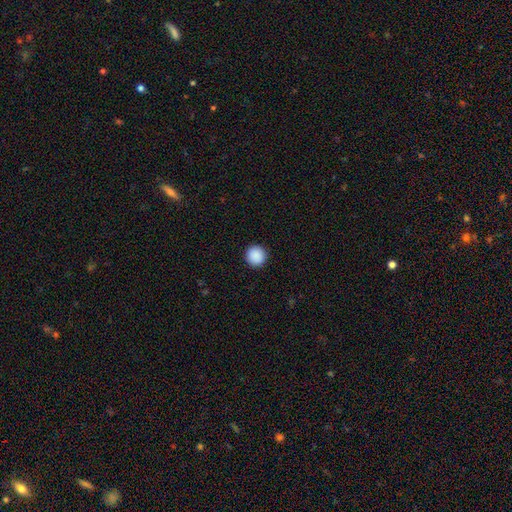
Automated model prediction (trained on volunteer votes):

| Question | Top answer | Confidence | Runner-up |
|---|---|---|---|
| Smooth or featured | smooth | 90% | star or artifact (8%) |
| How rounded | round | 96% | in between (3%) |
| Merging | none | 93% | minor disturbance (4%) |